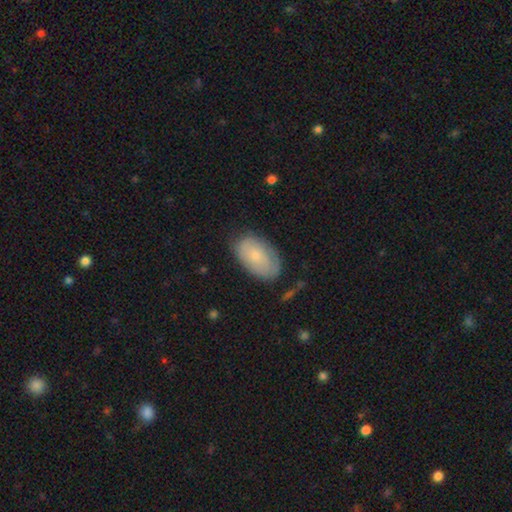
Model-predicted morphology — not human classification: Smooth or featured: smooth — 64% (featured or disk — 29%)
How rounded: in between — 92% (round — 6%)
Merging: none — 71% (minor disturbance — 21%)